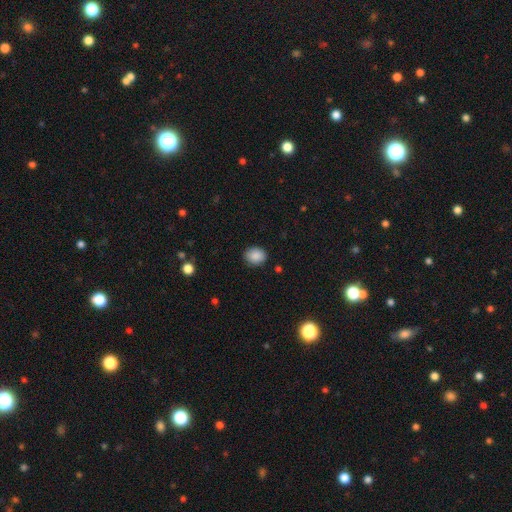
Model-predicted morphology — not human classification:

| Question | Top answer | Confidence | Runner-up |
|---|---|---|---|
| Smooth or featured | smooth | 88% | star or artifact (8%) |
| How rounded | round | 58% | in between (41%) |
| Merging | none | 86% | minor disturbance (10%) |